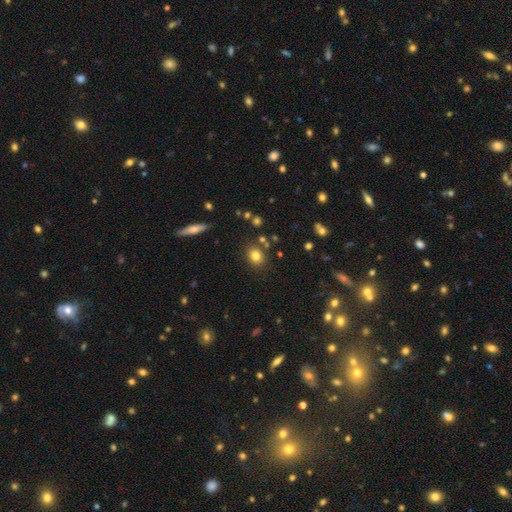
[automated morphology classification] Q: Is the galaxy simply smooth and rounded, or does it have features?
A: smooth — 80%.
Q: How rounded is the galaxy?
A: round — 55%.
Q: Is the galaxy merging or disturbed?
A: none — 80%.